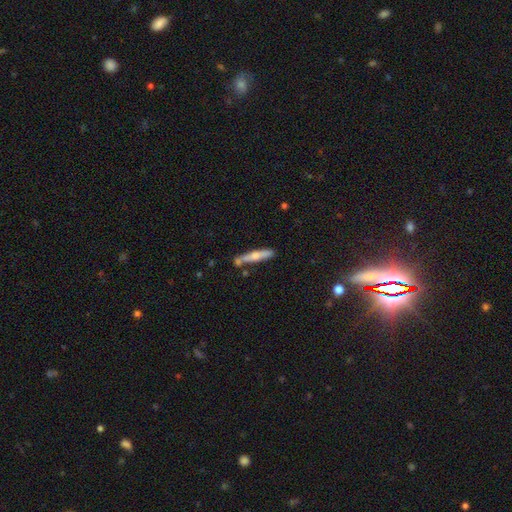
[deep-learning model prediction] This appears to be a smooth galaxy with no disk features (55%) that is cigar-shaped (90%). Merging: none (70%).